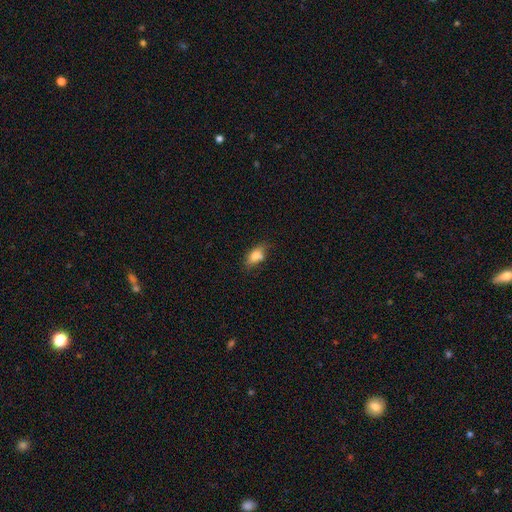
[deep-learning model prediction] Smooth or featured?
  - smooth: 76% *
  - featured or disk: 15%
  - star or artifact: 9%
How rounded?
  - in between: 83% *
  - round: 9%
  - cigar-shaped: 8%
Merging?
  - none: 61% *
  - minor disturbance: 26%
  - major disturbance: 7%
  - merger: 6%